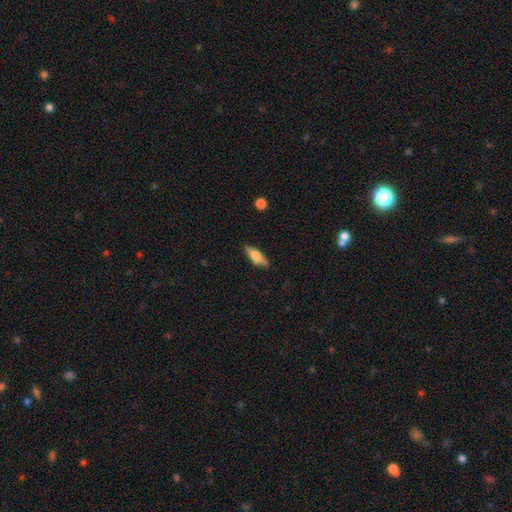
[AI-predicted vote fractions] smooth 66%, featured or disk 27%, star or artifact 6%. Down the decision tree: how rounded — in between (52%); merging — none (85%).